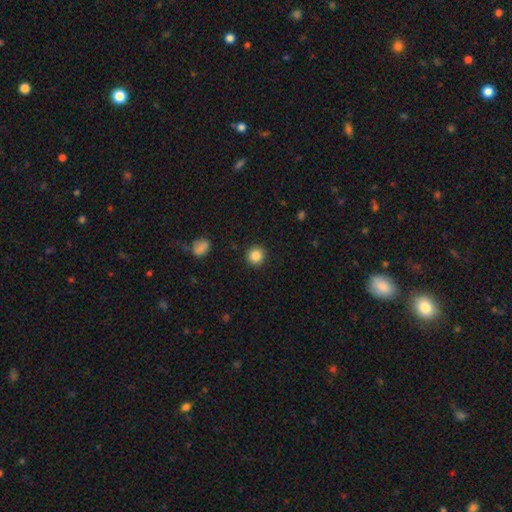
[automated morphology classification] Overall: smooth (86%). How rounded: round (92%). Merging: none (91%).